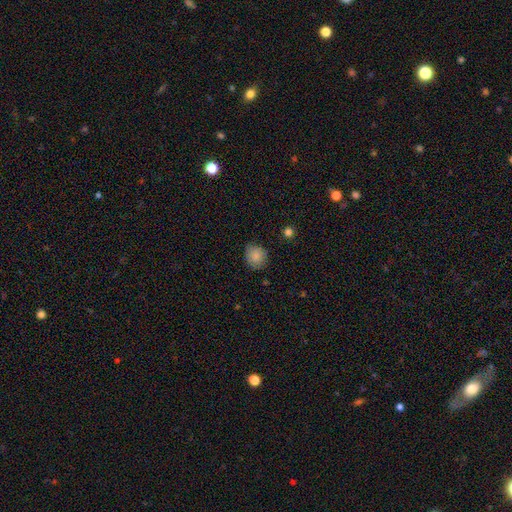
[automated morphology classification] A smooth galaxy with no disk features (85%) that is round (80%).

Vote fractions:
- Smooth or featured? smooth: 85% / star or artifact: 8% / featured or disk: 6%
- How rounded? round: 80% / in between: 19% / cigar-shaped: 1%
- Merging? none: 77% / minor disturbance: 18% / major disturbance: 3% / merger: 1%